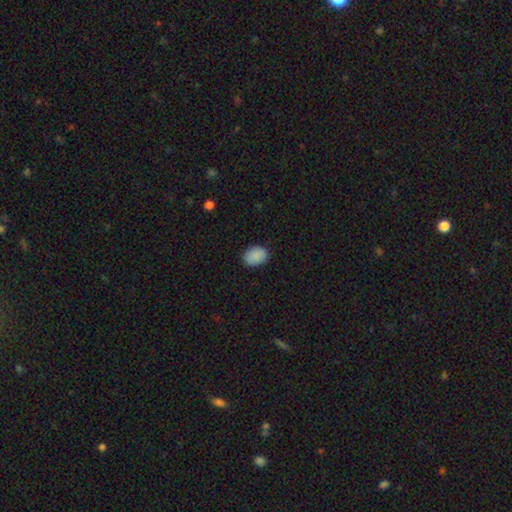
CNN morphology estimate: This is clearly a smooth galaxy (89%). How rounded: likely in between (72%). Merging: clearly none (86%).